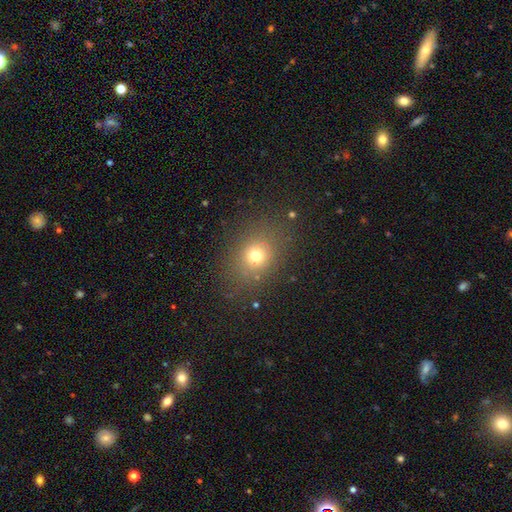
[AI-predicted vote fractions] This appears to be a smooth galaxy with no disk features (70%) that is round (64%). Merging: none (79%).